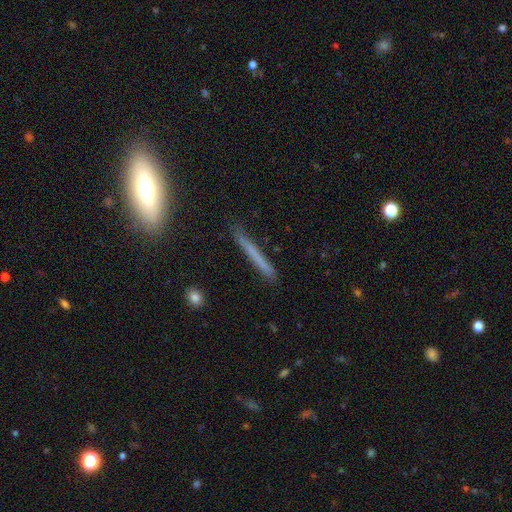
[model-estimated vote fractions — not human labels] smooth 58%, featured or disk 33%, star or artifact 8%. Down the decision tree: how rounded — cigar-shaped (95%); merging — none (84%).